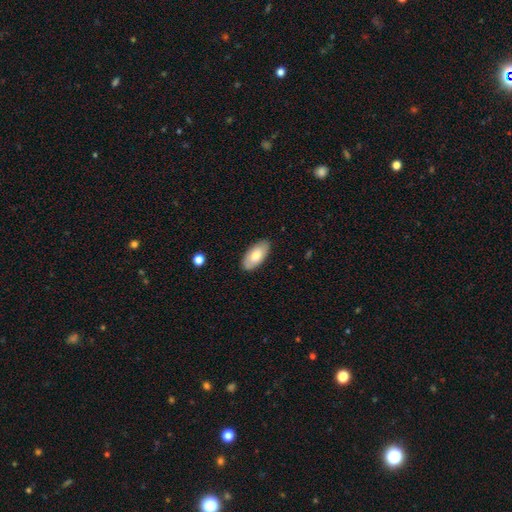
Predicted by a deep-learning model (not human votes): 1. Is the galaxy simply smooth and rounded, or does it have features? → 73% smooth, 21% featured or disk, 6% star or artifact.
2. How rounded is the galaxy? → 93% in between, 5% cigar-shaped, 2% round.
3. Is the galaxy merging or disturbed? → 86% none, 11% minor disturbance, 2% major disturbance, 1% merger.